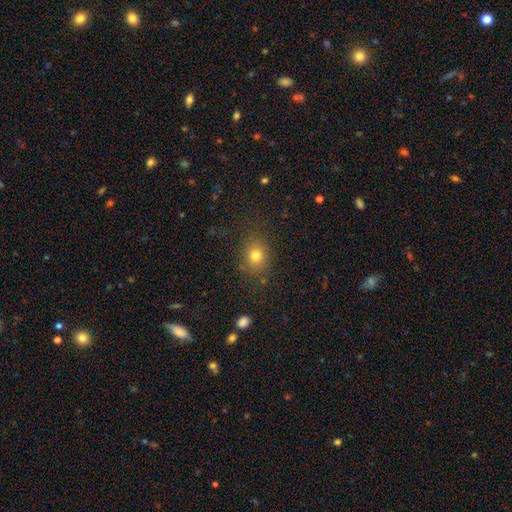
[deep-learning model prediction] smooth 77%, star or artifact 14%, featured or disk 9%. Down the decision tree: how rounded — round (58%); merging — none (80%).